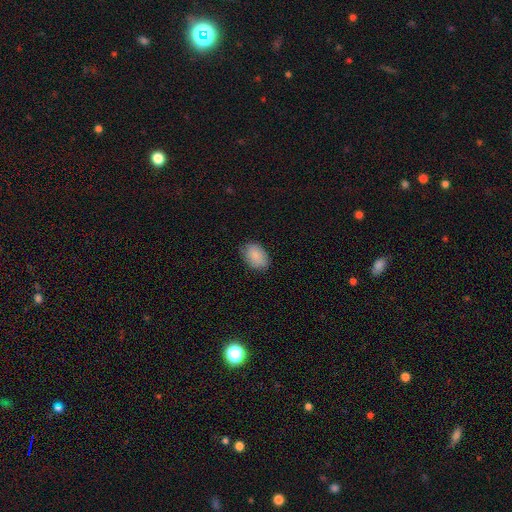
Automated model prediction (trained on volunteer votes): Q: Smooth or featured?
A: smooth (88%); runner-up: star or artifact (7%)
Q: How rounded?
A: in between (86%); runner-up: round (13%)
Q: Merging?
A: none (82%); runner-up: minor disturbance (15%)